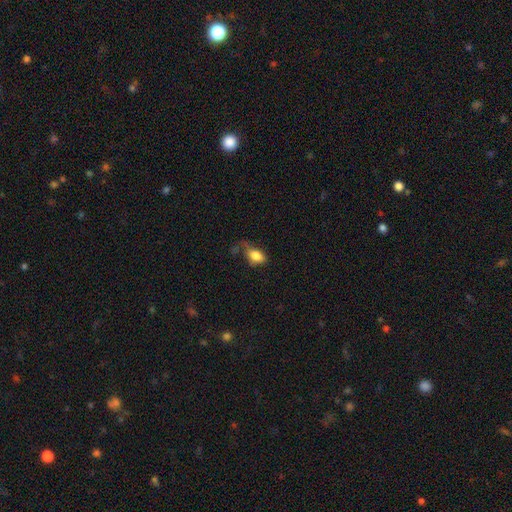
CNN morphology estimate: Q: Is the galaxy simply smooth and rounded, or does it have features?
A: smooth — 82%.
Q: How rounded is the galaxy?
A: in between — 84%.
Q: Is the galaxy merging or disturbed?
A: none — 38%.